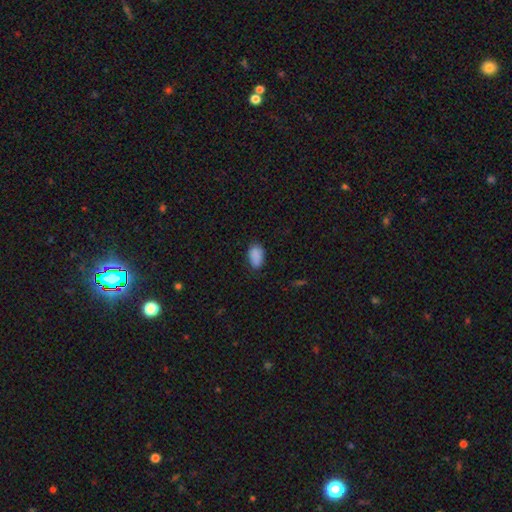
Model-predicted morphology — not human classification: type=smooth (88%); roundness=in between (91%); merging=none (74%).